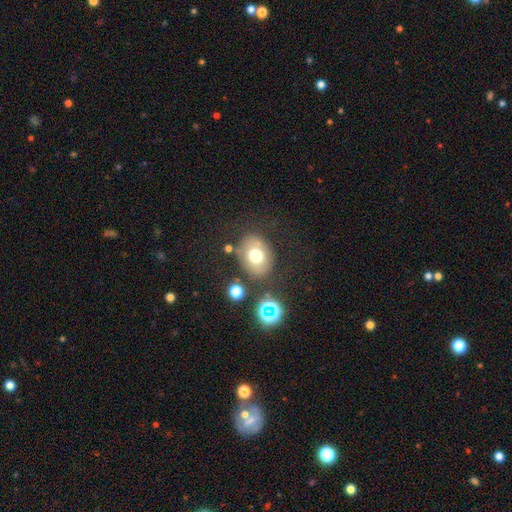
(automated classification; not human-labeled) Smooth or featured?
  - smooth: 68% *
  - featured or disk: 20%
  - star or artifact: 13%
How rounded?
  - in between: 54% *
  - round: 45%
  - cigar-shaped: 1%
Merging?
  - none: 74% *
  - minor disturbance: 14%
  - merger: 6%
  - major disturbance: 6%